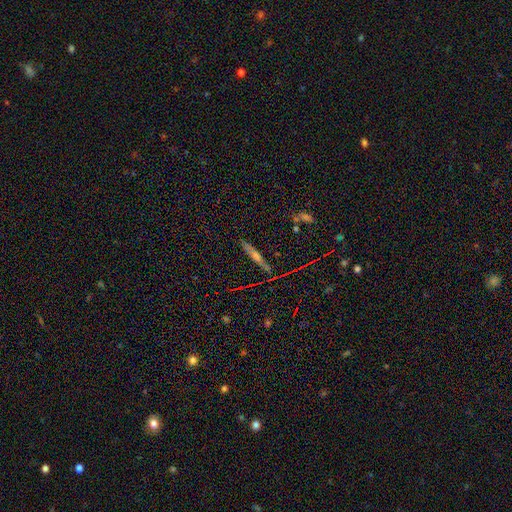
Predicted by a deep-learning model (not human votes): This appears to be a featured or disk galaxy (56%) viewed edge-on (95%) with a rounded central bulge (76%). Merging: none (85%).